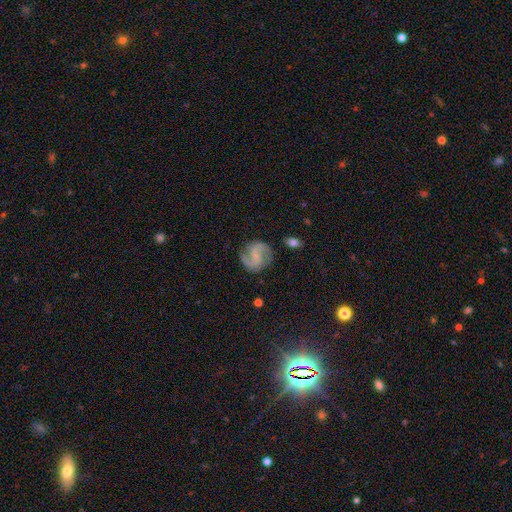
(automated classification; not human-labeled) Smooth or featured: featured or disk — 83% (smooth — 11%)
Edge-on disk: no — 98% (yes — 2%)
Bar: weak — 45% (no — 42%)
Spiral arms: yes — 97% (no — 3%)
Spiral winding: medium — 50% (loose — 34%)
Spiral arm count: 2 — 92% (can't tell — 3%)
Bulge size: small — 53% (none — 32%)
Merging: none — 80% (minor disturbance — 14%)